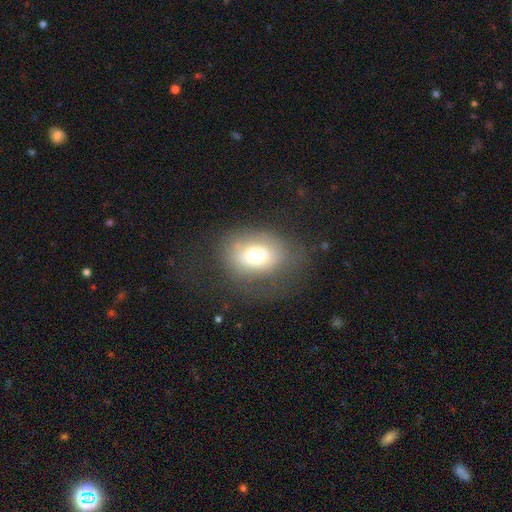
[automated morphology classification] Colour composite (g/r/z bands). It shows a smooth galaxy with no disk features (64%) that is in between round and cigar-shaped (64%). Merging: none (55%).